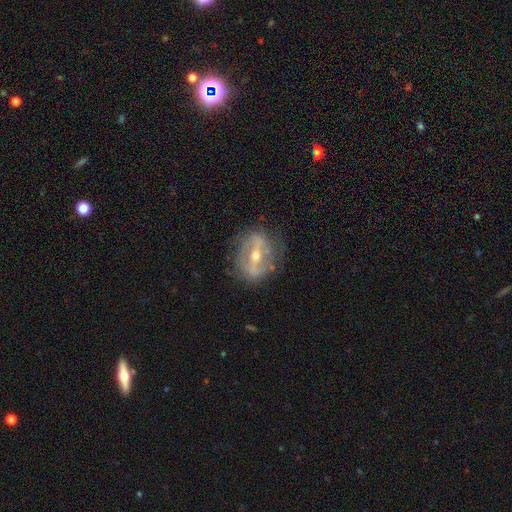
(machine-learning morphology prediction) smooth-or-featured: featured or disk: 80% | smooth: 13% | star or artifact: 7%
  disk-edge-on: no: 89% | yes: 11%
    bar: strong: 67% | weak: 23% | no: 9%
    has-spiral-arms: yes: 62% | no: 38%
    bulge-size: moderate: 63% | small: 32% | large: 3% | none: 1% | dominant: 1%
  merging: none: 77% | minor disturbance: 15% | major disturbance: 6% | merger: 1%